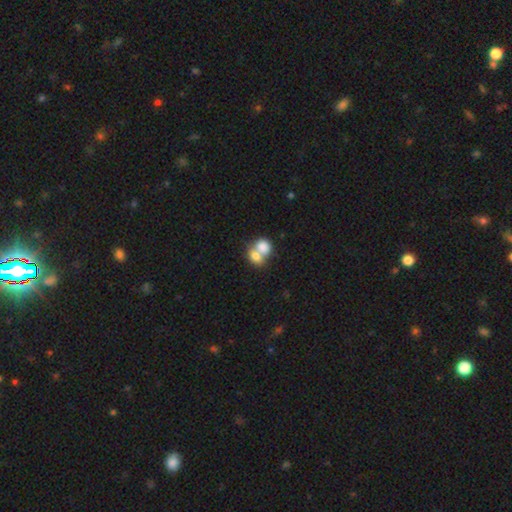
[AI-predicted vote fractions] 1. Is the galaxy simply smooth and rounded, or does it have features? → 76% smooth, 16% featured or disk, 8% star or artifact.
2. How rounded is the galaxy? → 51% in between, 48% round, 1% cigar-shaped.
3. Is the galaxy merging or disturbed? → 72% merger, 19% none, 5% minor disturbance, 3% major disturbance.